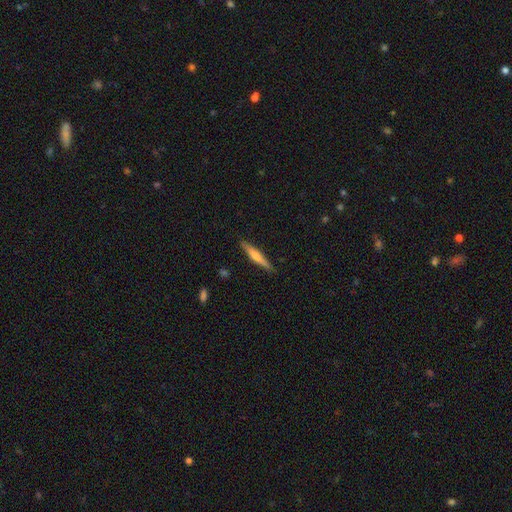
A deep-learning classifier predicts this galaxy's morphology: A featured or disk galaxy (49%).

Vote fractions:
- Smooth or featured? featured or disk: 49% / smooth: 46% / star or artifact: 6%
- Merging? none: 89% / minor disturbance: 8% / major disturbance: 2% / merger: 1%